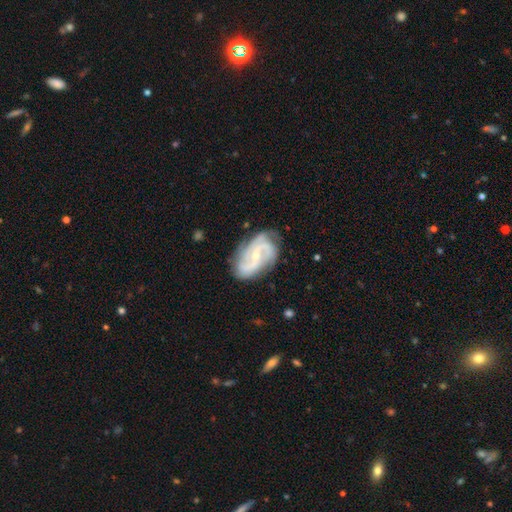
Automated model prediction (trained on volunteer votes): smooth_or_featured: featured or disk (p=0.87) [alt: smooth p=0.08]
disk_edge_on: no (p=0.97) [alt: yes p=0.03]
bar: no (p=0.43) [alt: weak p=0.41]
has_spiral_arms: yes (p=0.97) [alt: no p=0.03]
spiral_winding: medium (p=0.45) [alt: tight p=0.36]
spiral_arm_count: 2 (p=0.36) [alt: 3 p=0.30]
bulge_size: small (p=0.69) [alt: moderate p=0.28]
merging: none (p=0.73) [alt: minor disturbance p=0.20]